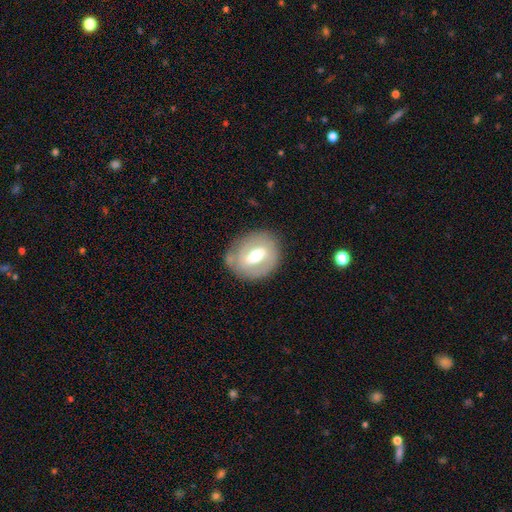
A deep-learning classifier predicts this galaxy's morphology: type=featured or disk (58%); edge-on=no (91%); bar=weak (42%); spiral arms=no (60%); bulge=moderate (66%); merging=none (74%).